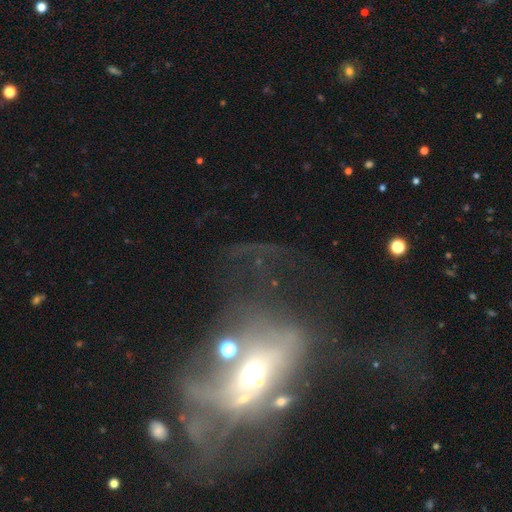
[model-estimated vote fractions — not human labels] This is possibly a featured or disk galaxy (52%). It is clearly not viewed edge-on (86%). Merging: possibly major disturbance (48%).